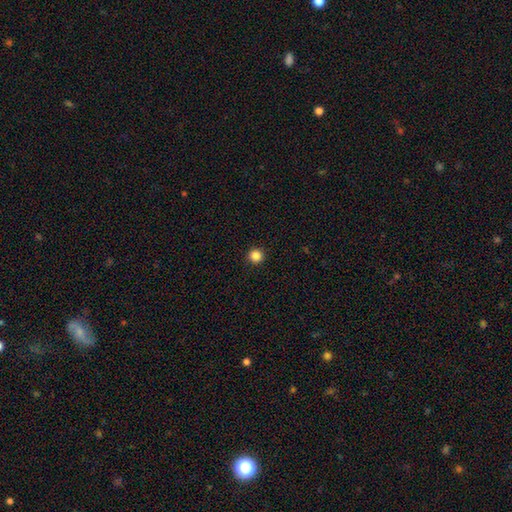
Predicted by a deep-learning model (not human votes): Smooth or featured: smooth — 86% (star or artifact — 11%)
How rounded: round — 96% (in between — 3%)
Merging: none — 94% (minor disturbance — 4%)